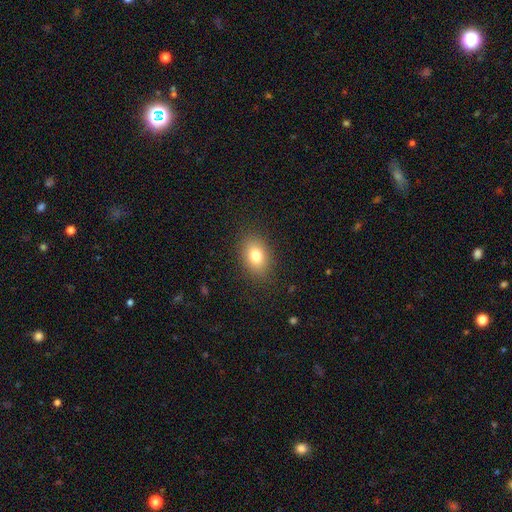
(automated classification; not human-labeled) This appears to be a smooth galaxy with no disk features (79%) that is in between round and cigar-shaped (79%). Merging: none (86%).